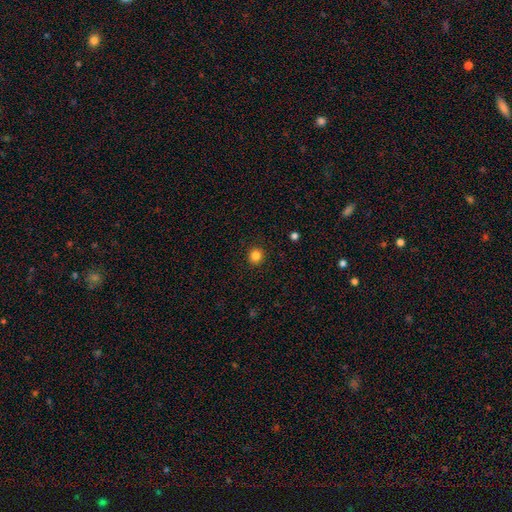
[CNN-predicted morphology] smooth_or_featured: smooth (p=0.84) [alt: star or artifact p=0.12]
how_rounded: round (p=0.93) [alt: in between p=0.06]
merging: none (p=0.93) [alt: minor disturbance p=0.05]